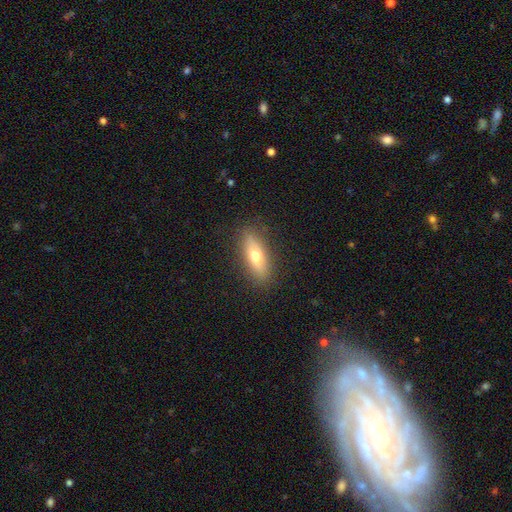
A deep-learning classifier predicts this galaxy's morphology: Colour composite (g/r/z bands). It shows a smooth galaxy with no disk features (63%) that is in between round and cigar-shaped (58%). Merging: none (88%).